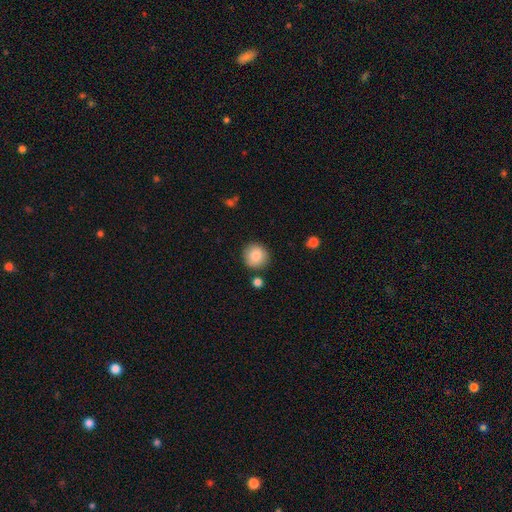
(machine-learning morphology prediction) smooth_or_featured: smooth (p=0.88) [alt: star or artifact p=0.08]
how_rounded: round (p=0.93) [alt: in between p=0.06]
merging: none (p=0.86) [alt: minor disturbance p=0.08]